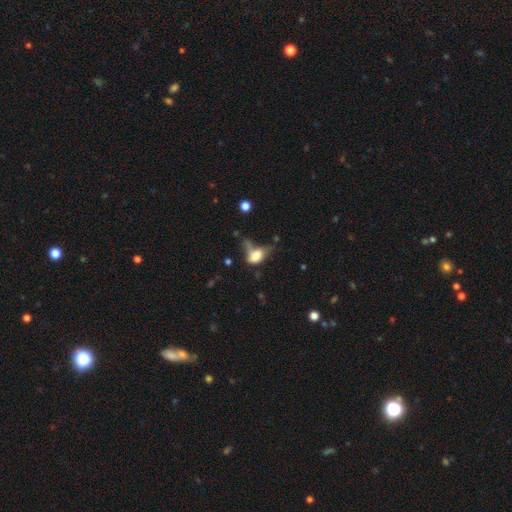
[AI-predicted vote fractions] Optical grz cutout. It shows a smooth galaxy with no disk features (69%) that is in between round and cigar-shaped (80%). Merging: major disturbance (37%).